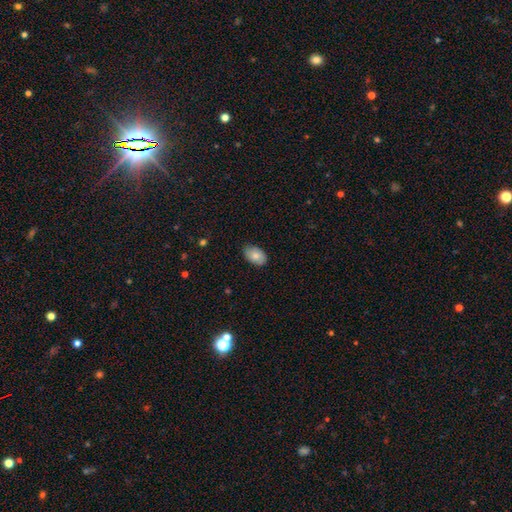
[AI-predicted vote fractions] A smooth galaxy with no disk features (78%) that is in between round and cigar-shaped (89%). Merging: none (81%).